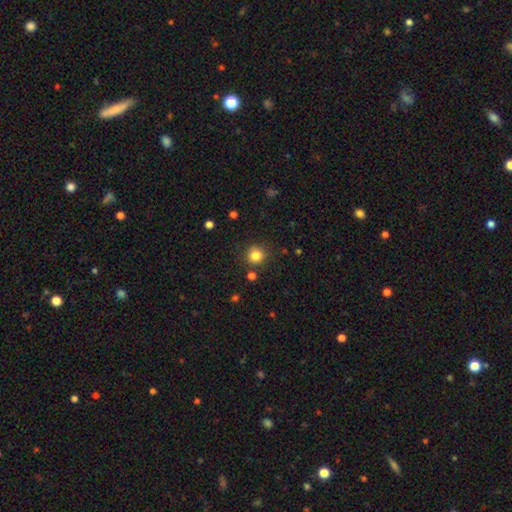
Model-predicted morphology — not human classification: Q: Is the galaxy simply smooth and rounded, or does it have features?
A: smooth — 83%.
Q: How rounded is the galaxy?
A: round — 91%.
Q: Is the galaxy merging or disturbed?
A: none — 85%.